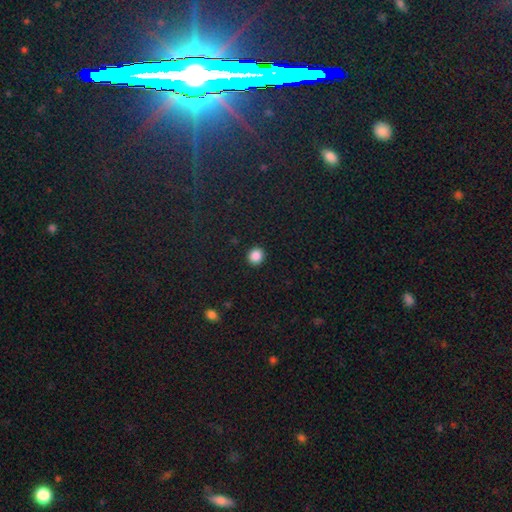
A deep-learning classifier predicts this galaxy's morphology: A smooth galaxy with no disk features (87%) that is round (84%).

Vote fractions:
- Smooth or featured? smooth: 87% / star or artifact: 10% / featured or disk: 3%
- How rounded? round: 84% / in between: 15% / cigar-shaped: 1%
- Merging? none: 92% / minor disturbance: 5% / major disturbance: 2% / merger: 1%